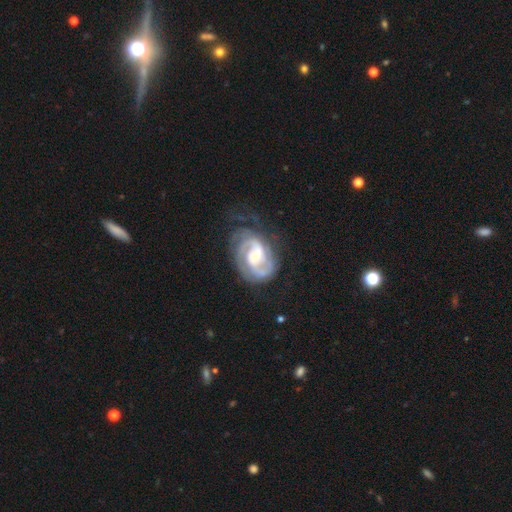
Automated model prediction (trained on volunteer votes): smooth-or-featured: featured or disk: 87% | smooth: 8% | star or artifact: 5%
  disk-edge-on: no: 98% | yes: 2%
    bar: weak: 51% | no: 31% | strong: 18%
    has-spiral-arms: yes: 96% | no: 4%
      spiral-winding: tight: 46% | medium: 42% | loose: 12%
      spiral-arm-count: 2: 67% | can't tell: 14% | 3: 9% | 1: 5% | 4: 3% | more than 4: 3%
    bulge-size: moderate: 47% | small: 34% | large: 12% | none: 5% | dominant: 1%
  merging: none: 55% | minor disturbance: 23% | major disturbance: 20% | merger: 2%